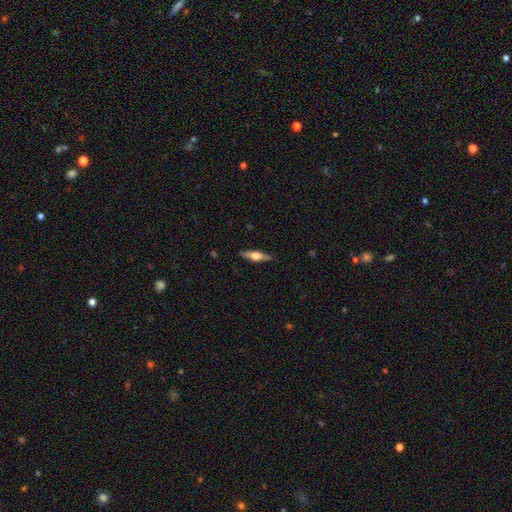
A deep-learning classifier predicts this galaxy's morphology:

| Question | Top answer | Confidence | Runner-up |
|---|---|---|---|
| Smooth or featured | featured or disk | 53% | smooth (41%) |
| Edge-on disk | yes | 95% | no (5%) |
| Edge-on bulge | rounded | 89% | boxy (9%) |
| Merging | none | 87% | minor disturbance (10%) |